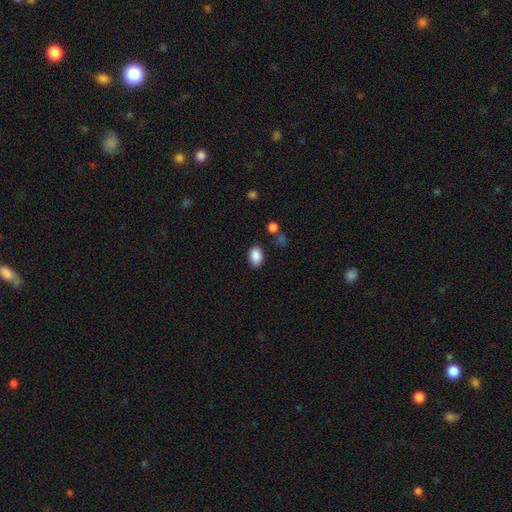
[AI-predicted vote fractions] Smooth or featured: smooth — 88% (star or artifact — 8%)
How rounded: in between — 86% (round — 13%)
Merging: none — 82% (minor disturbance — 12%)